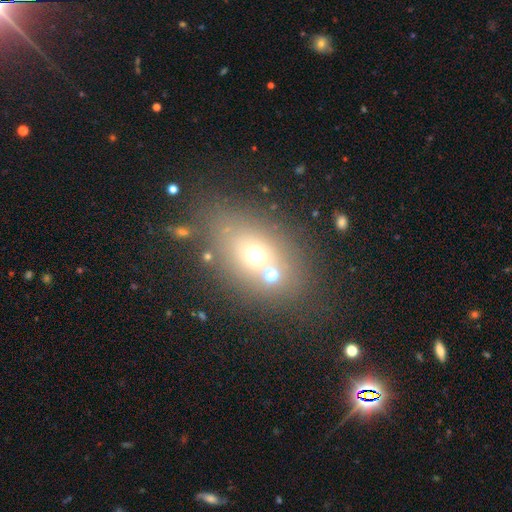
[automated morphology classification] A smooth galaxy with no disk features (57%) that is in between round and cigar-shaped (64%).

Vote fractions:
- Smooth or featured? smooth: 57% / featured or disk: 23% / star or artifact: 20%
- How rounded? in between: 64% / round: 34% / cigar-shaped: 2%
- Merging? none: 57% / merger: 25% / minor disturbance: 11% / major disturbance: 6%